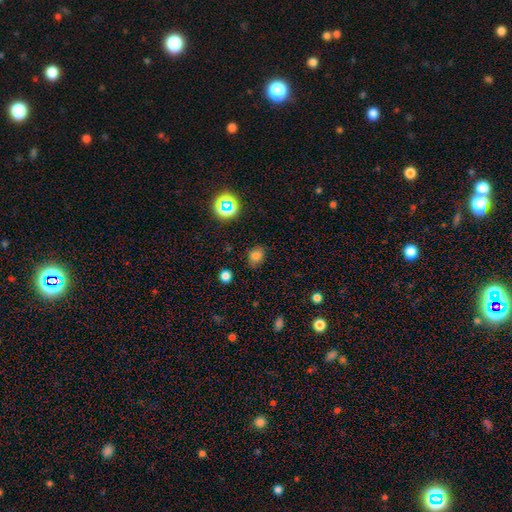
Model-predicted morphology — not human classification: The model was most divided on "how rounded": in between: 54%, round: 45%, cigar-shaped: 1%. More confident: merging — none (78%); smooth or featured — smooth (76%).